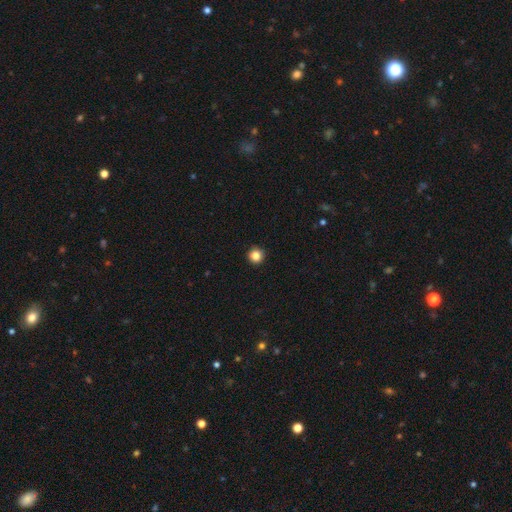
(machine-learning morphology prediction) A smooth galaxy with no disk features (85%) that is round (96%). Merging: none (93%).